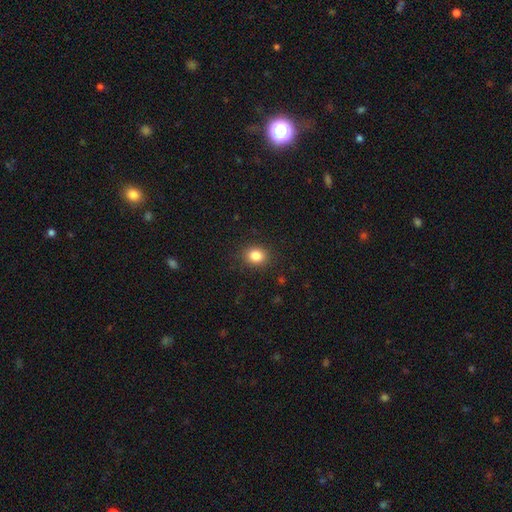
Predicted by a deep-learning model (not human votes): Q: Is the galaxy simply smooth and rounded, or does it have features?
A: smooth — 84%.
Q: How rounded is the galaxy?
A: round — 66%.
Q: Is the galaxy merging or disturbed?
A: none — 88%.